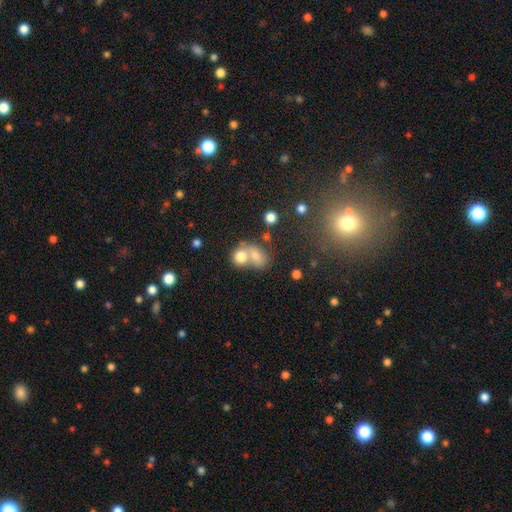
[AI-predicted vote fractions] Smooth or featured? Predicted: smooth (p=0.74). How rounded? Predicted: in between (p=0.55). Merging? Predicted: merger (p=0.59).